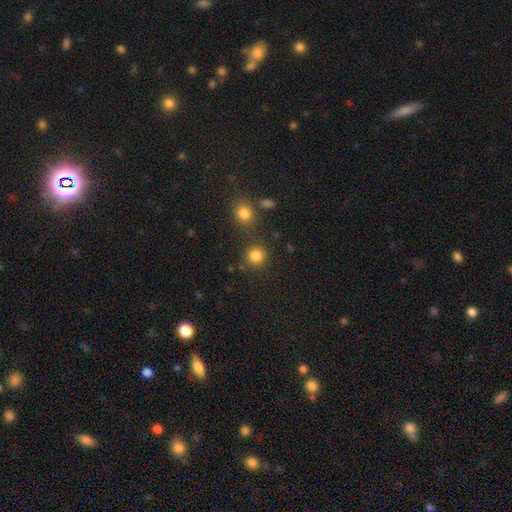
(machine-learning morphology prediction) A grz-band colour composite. It shows a smooth galaxy with no disk features (84%) that is round (92%). Merging: none (79%).